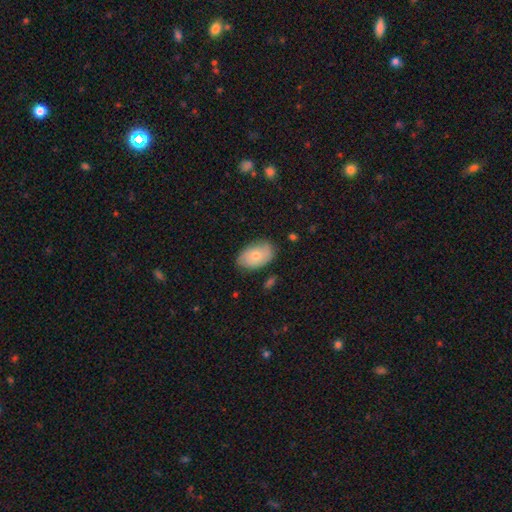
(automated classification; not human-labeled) Overall: smooth (68%). How rounded: in between (91%). Merging: none (80%).